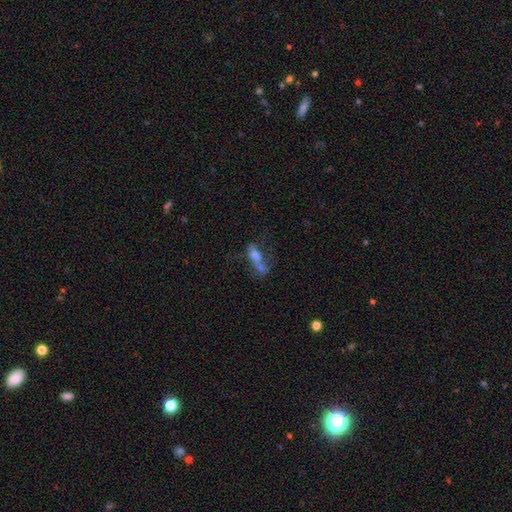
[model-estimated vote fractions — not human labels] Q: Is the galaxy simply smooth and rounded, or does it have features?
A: smooth — 52%.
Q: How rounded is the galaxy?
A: in between — 61%.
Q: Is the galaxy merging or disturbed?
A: merger — 49%.